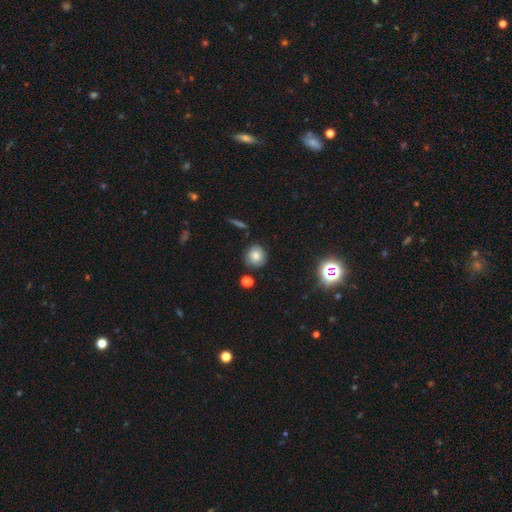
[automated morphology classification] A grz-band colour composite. It shows a smooth galaxy with no disk features (70%) that is round (89%). Merging: none (79%).